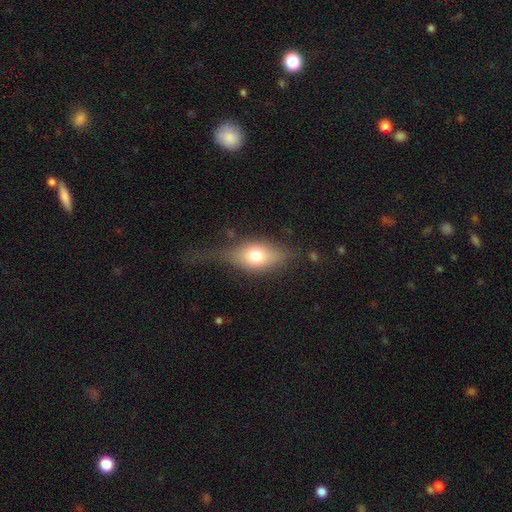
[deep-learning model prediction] A smooth galaxy with no disk features (67%) that is in between round and cigar-shaped (77%).

Vote fractions:
- Smooth or featured? smooth: 67% / featured or disk: 24% / star or artifact: 9%
- How rounded? in between: 77% / round: 17% / cigar-shaped: 6%
- Merging? none: 49% / minor disturbance: 26% / major disturbance: 23% / merger: 3%